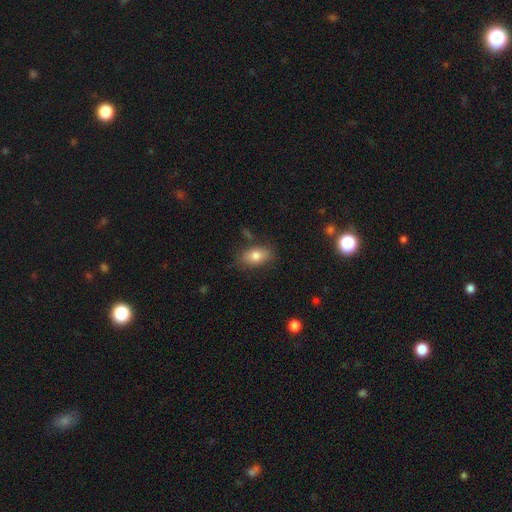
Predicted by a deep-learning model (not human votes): Smooth or featured? smooth (80%)
How rounded? in between (89%)
Merging? none (79%)